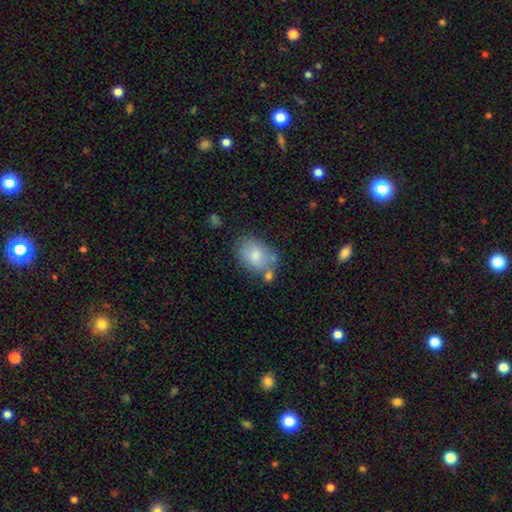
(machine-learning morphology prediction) Overall: smooth (79%). How rounded: in between (82%). Merging: none (61%; minor disturbance 21%).